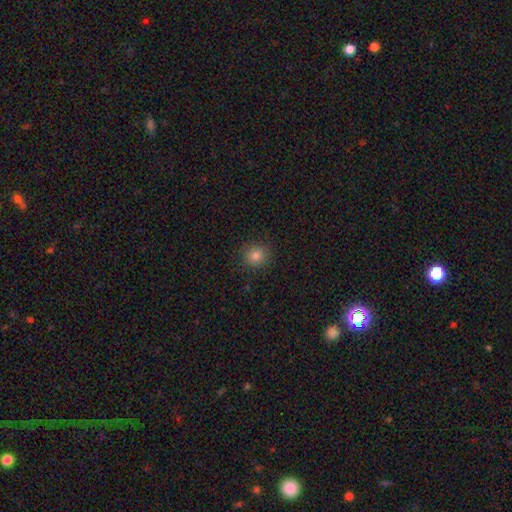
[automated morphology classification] A smooth galaxy with no disk features (82%) that is round (88%).

Vote fractions:
- Smooth or featured? smooth: 82% / star or artifact: 13% / featured or disk: 5%
- How rounded? round: 88% / in between: 11% / cigar-shaped: 1%
- Merging? none: 90% / minor disturbance: 7% / major disturbance: 2% / merger: 1%